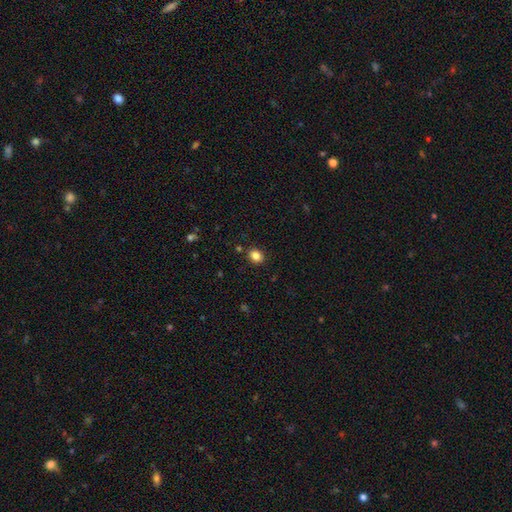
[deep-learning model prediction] Smooth or featured?
  - smooth: 84% *
  - star or artifact: 11%
  - featured or disk: 5%
How rounded?
  - round: 59% *
  - in between: 40%
  - cigar-shaped: 1%
Merging?
  - none: 87% *
  - minor disturbance: 8%
  - merger: 2%
  - major disturbance: 2%